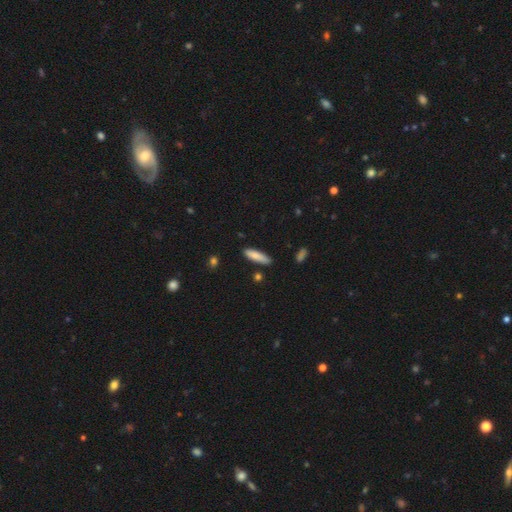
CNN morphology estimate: Smooth or featured?
  - smooth: 83% *
  - featured or disk: 11%
  - star or artifact: 6%
How rounded?
  - cigar-shaped: 69% *
  - in between: 30%
  - round: 2%
Merging?
  - none: 83% *
  - minor disturbance: 13%
  - merger: 3%
  - major disturbance: 2%